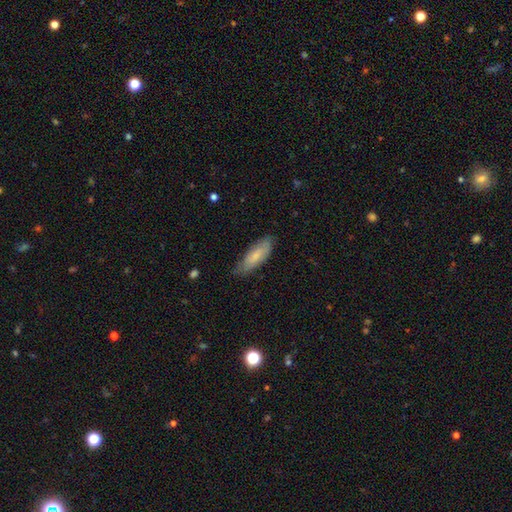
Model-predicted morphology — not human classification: This appears to be a smooth galaxy with no disk features (70%) that is in between round and cigar-shaped (60%). Merging: none (73%).